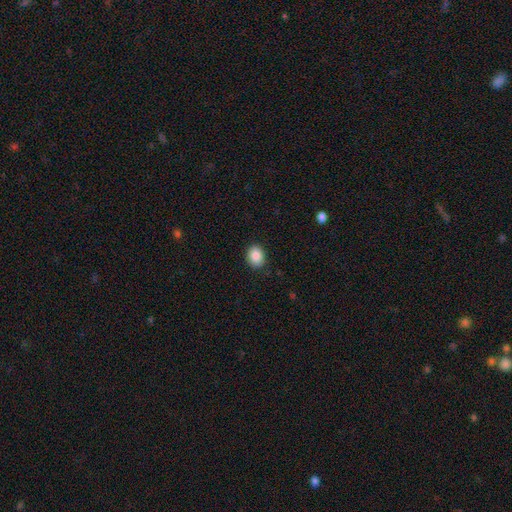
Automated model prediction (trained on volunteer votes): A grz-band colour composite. It shows a smooth galaxy with no disk features (88%) that is in between round and cigar-shaped (55%). Merging: none (89%).